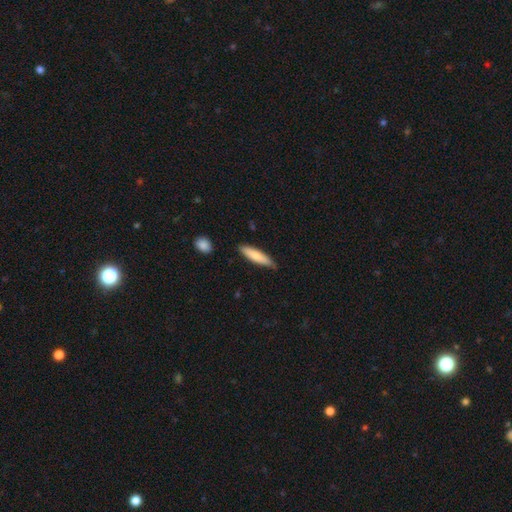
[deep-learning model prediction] Smooth or featured?
  - smooth: 76% *
  - featured or disk: 18%
  - star or artifact: 6%
How rounded?
  - cigar-shaped: 73% *
  - in between: 25%
  - round: 1%
Merging?
  - none: 78% *
  - minor disturbance: 18%
  - major disturbance: 2%
  - merger: 2%